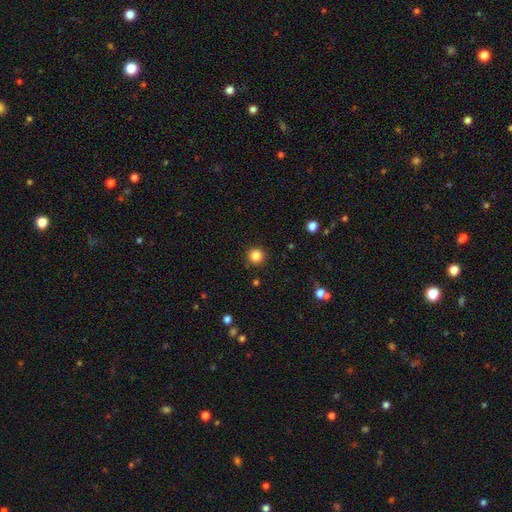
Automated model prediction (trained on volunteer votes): Smooth or featured: smooth — 85% (star or artifact — 11%)
How rounded: round — 95% (in between — 4%)
Merging: none — 92% (minor disturbance — 5%)